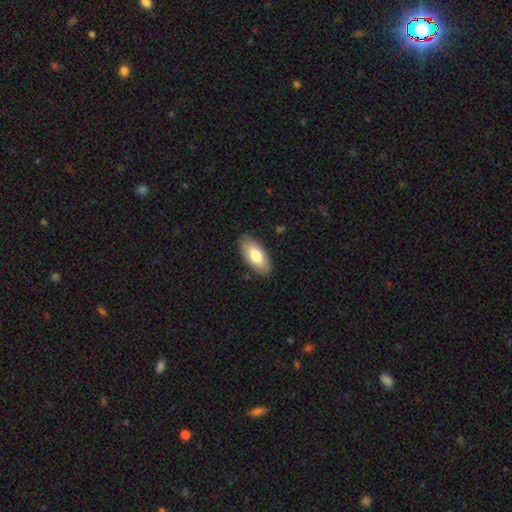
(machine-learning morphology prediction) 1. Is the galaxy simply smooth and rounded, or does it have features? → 77% smooth, 18% featured or disk, 6% star or artifact.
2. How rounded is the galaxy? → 87% in between, 11% cigar-shaped, 2% round.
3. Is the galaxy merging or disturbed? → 87% none, 10% minor disturbance, 2% major disturbance, 1% merger.